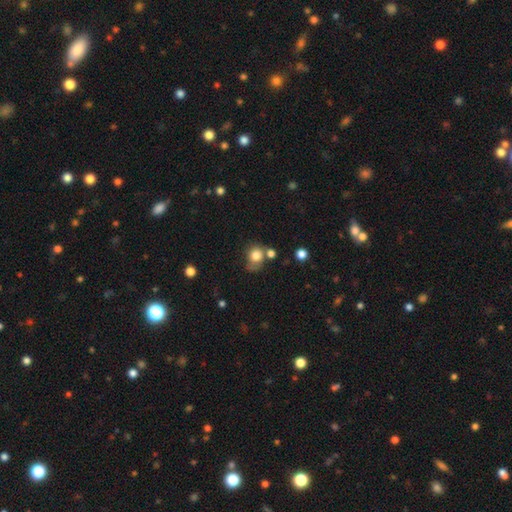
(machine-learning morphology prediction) This appears to be a smooth galaxy with no disk features (79%) that is round (73%). Merging: none (49%).